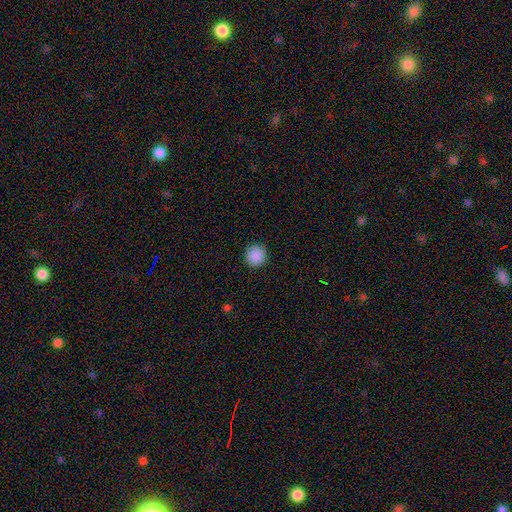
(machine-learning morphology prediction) smooth_or_featured: smooth (p=0.89) [alt: star or artifact p=0.09]
how_rounded: round (p=0.95) [alt: in between p=0.04]
merging: none (p=0.92) [alt: minor disturbance p=0.05]